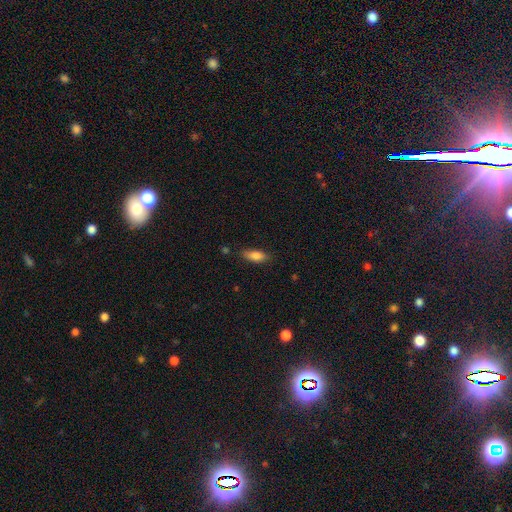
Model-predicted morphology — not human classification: This appears to be a smooth galaxy with no disk features (82%) that is in between round and cigar-shaped (72%). Merging: none (81%).